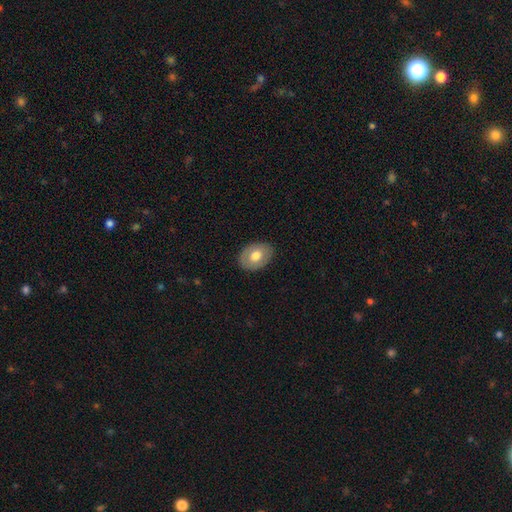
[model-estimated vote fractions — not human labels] A smooth galaxy with no disk features (66%) that is in between round and cigar-shaped (72%). Merging: none (86%).